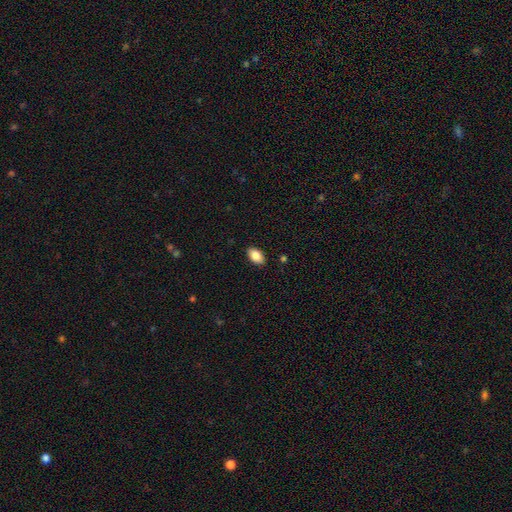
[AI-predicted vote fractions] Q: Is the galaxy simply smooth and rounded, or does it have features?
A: smooth — 86%.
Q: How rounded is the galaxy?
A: in between — 92%.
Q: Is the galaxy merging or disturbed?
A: none — 89%.